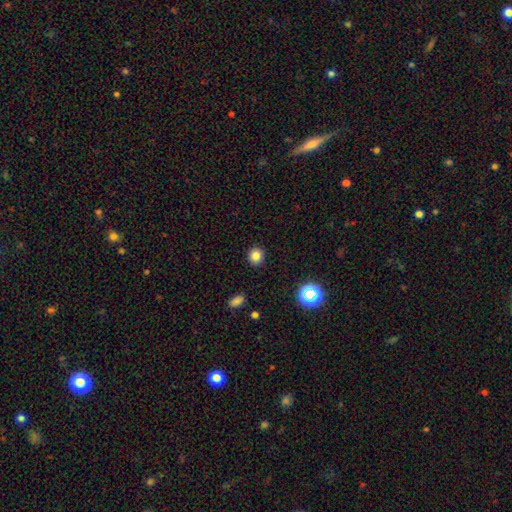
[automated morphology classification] smooth 82%, star or artifact 13%, featured or disk 5%. Down the decision tree: how rounded — round (85%); merging — none (91%).